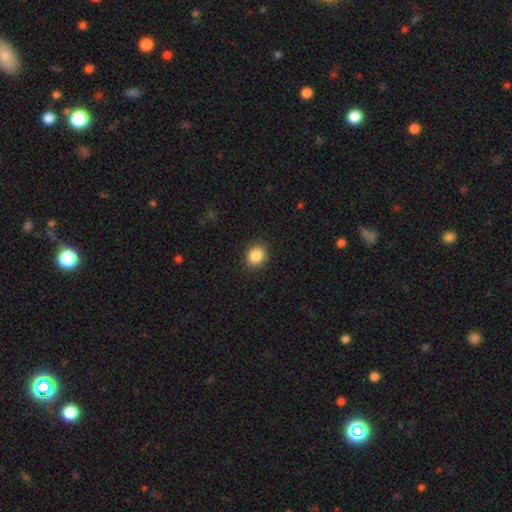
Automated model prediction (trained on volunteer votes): Q: Smooth or featured?
A: smooth (86%); runner-up: star or artifact (9%)
Q: How rounded?
A: round (59%); runner-up: in between (40%)
Q: Merging?
A: none (88%); runner-up: minor disturbance (8%)